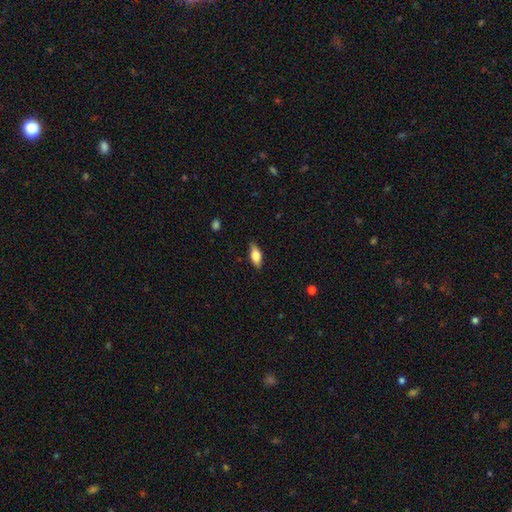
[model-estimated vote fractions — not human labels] A smooth galaxy with no disk features (74%) that is in between round and cigar-shaped (81%).

Vote fractions:
- Smooth or featured? smooth: 74% / featured or disk: 19% / star or artifact: 7%
- How rounded? in between: 81% / cigar-shaped: 16% / round: 3%
- Merging? none: 80% / minor disturbance: 16% / major disturbance: 3% / merger: 1%